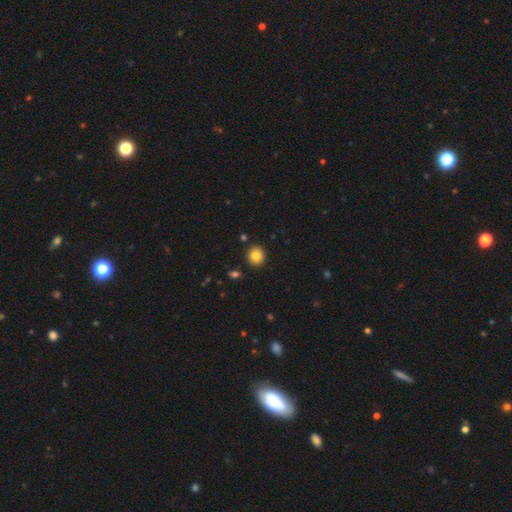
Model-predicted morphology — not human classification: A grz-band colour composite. It shows a smooth galaxy with no disk features (85%) that is round (85%). Merging: none (90%).